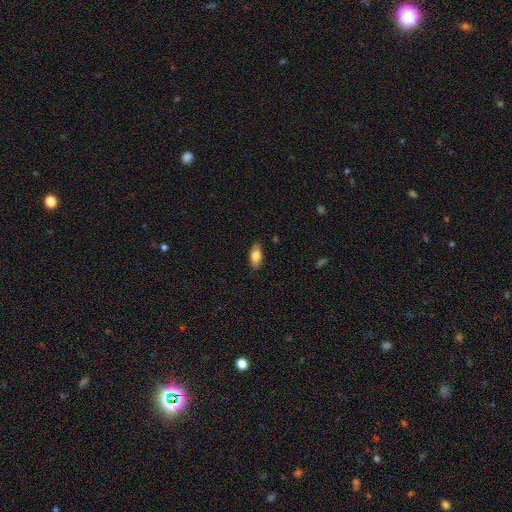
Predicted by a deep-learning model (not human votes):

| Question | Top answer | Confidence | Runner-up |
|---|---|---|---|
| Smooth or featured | smooth | 80% | featured or disk (14%) |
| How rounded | in between | 85% | cigar-shaped (12%) |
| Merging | none | 87% | minor disturbance (10%) |